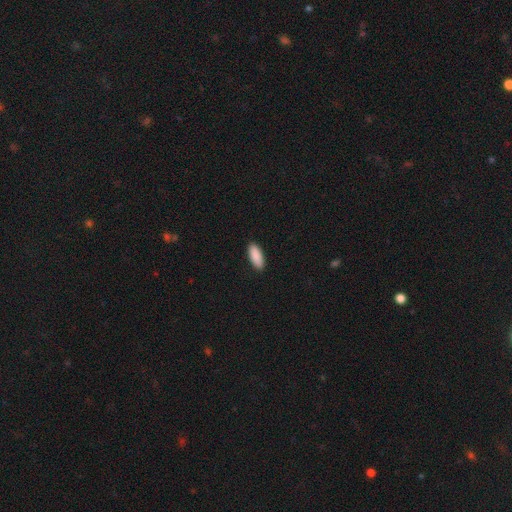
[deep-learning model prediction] Smooth or featured?
  - smooth: 91% *
  - star or artifact: 6%
  - featured or disk: 3%
How rounded?
  - in between: 79% *
  - cigar-shaped: 20%
  - round: 2%
Merging?
  - none: 90% *
  - minor disturbance: 7%
  - major disturbance: 2%
  - merger: 1%